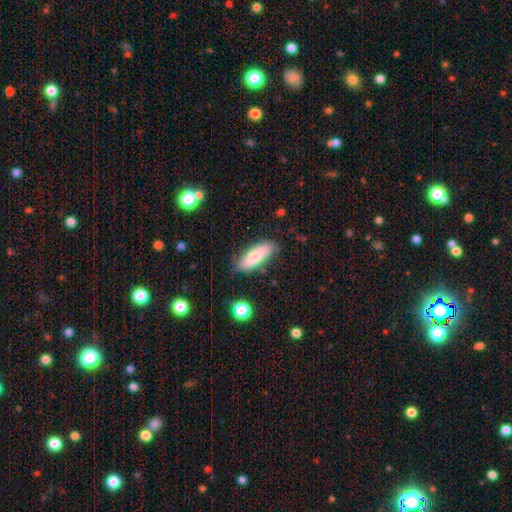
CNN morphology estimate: This appears to be a smooth galaxy with no disk features (72%) that is in between round and cigar-shaped (70%). Merging: none (78%).